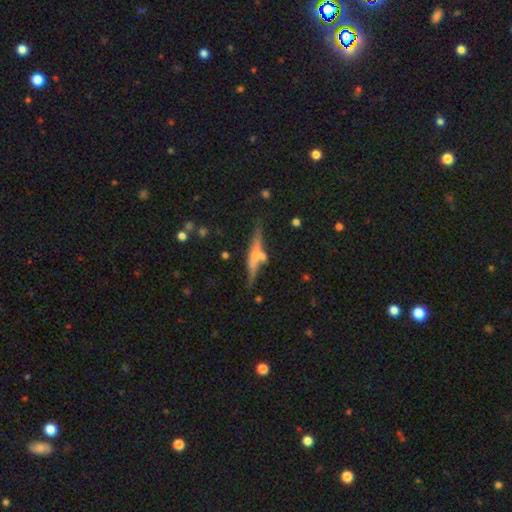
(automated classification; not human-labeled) smooth-or-featured: featured or disk: 64% | smooth: 28% | star or artifact: 8%
  disk-edge-on: yes: 93% | no: 7%
    edge-on-bulge: rounded: 74% | none: 17% | boxy: 9%
  merging: none: 70% | minor disturbance: 14% | merger: 12% | major disturbance: 4%